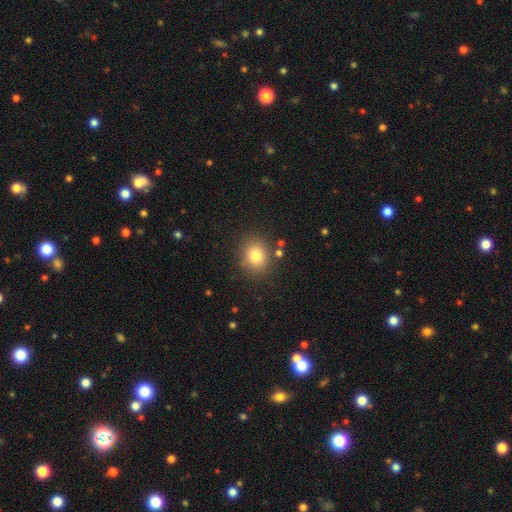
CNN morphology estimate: Smooth or featured? smooth (80%)
How rounded? round (71%)
Merging? none (84%)